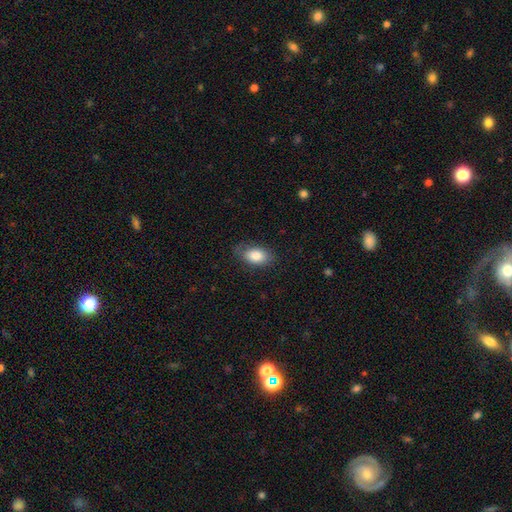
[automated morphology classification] Smooth or featured? smooth (83%)
How rounded? in between (89%)
Merging? none (75%)